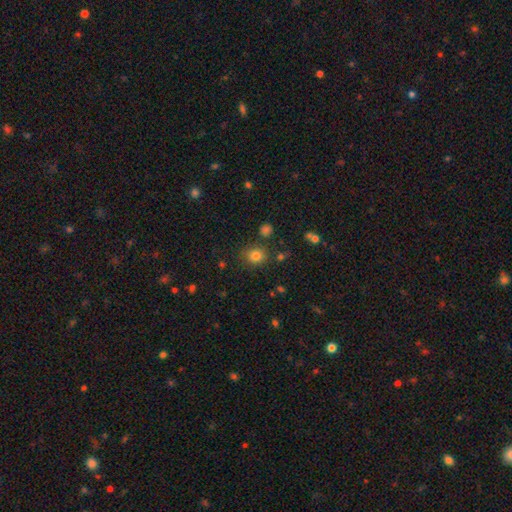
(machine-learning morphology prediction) smooth-or-featured: smooth: 80% | star or artifact: 14% | featured or disk: 6%
  how-rounded: round: 76% | in between: 23% | cigar-shaped: 1%
  merging: none: 80% | minor disturbance: 12% | merger: 4% | major disturbance: 4%